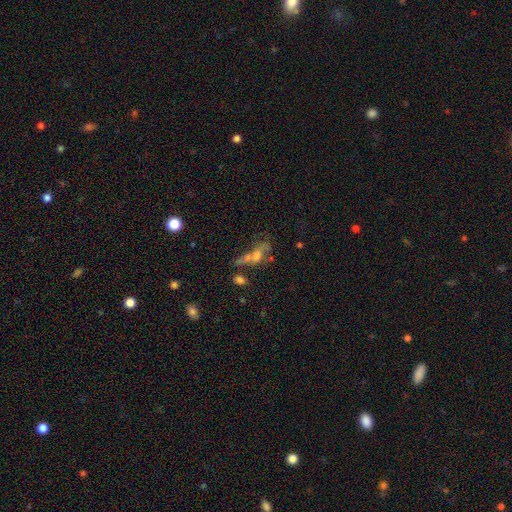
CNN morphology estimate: A featured or disk galaxy (40%). Merging: merger (35%).